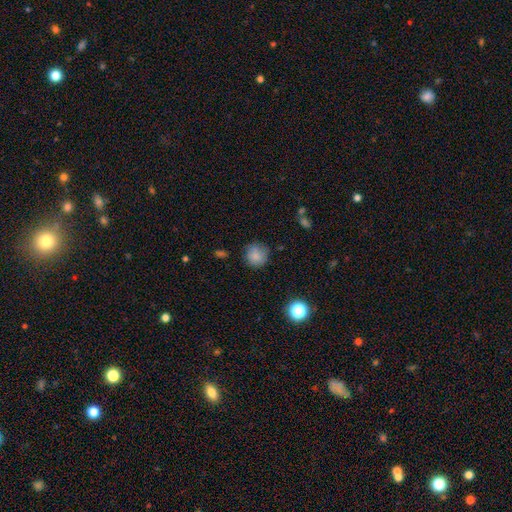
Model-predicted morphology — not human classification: Smooth or featured: smooth — 83% (star or artifact — 10%)
How rounded: round — 90% (in between — 9%)
Merging: none — 77% (minor disturbance — 17%)